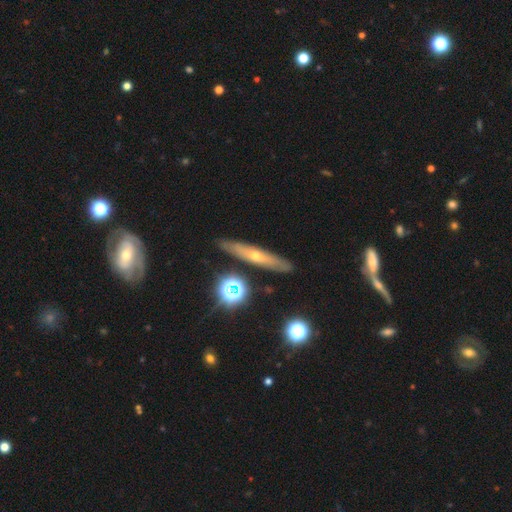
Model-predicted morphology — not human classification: type=featured or disk (55%); edge-on=yes (82%); merging=none (86%).